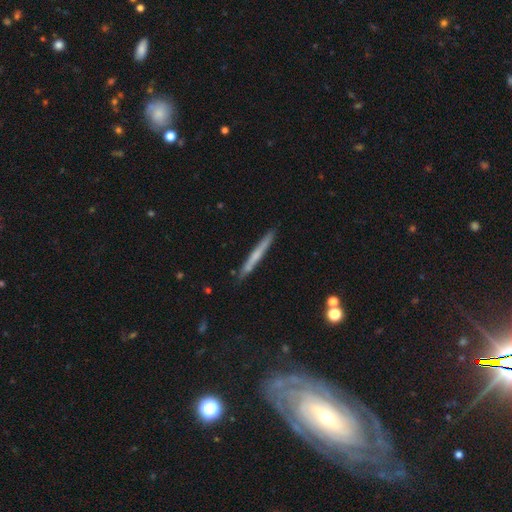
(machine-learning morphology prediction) Q: Smooth or featured?
A: smooth (50%); runner-up: featured or disk (43%)
Q: Merging?
A: none (88%); runner-up: minor disturbance (9%)